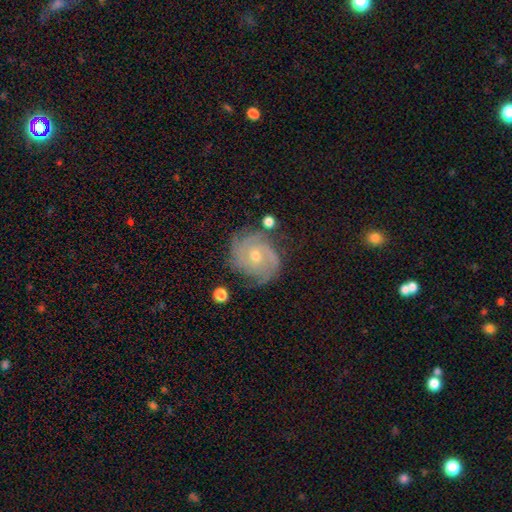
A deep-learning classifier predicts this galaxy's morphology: Smooth or featured? featured or disk (83%)
Edge-on disk? no (98%)
Bar? no (69%)
Spiral arms? yes (95%)
Spiral winding? tight (64%)
Spiral arm count? 3 (30%)
Bulge size? small (49%)
Merging? none (71%)